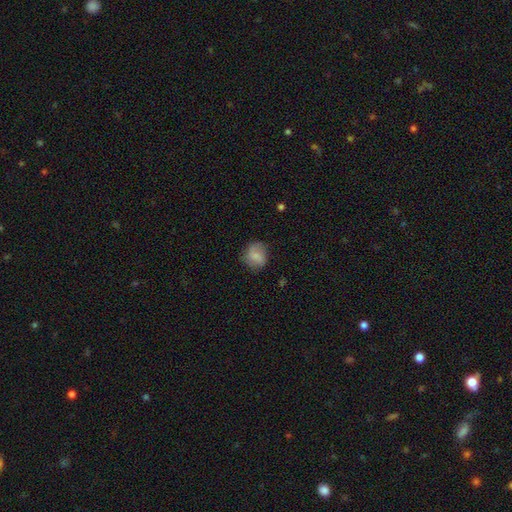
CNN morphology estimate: smooth 74%, featured or disk 17%, star or artifact 9%. Down the decision tree: how rounded — round (70%); merging — none (68%).